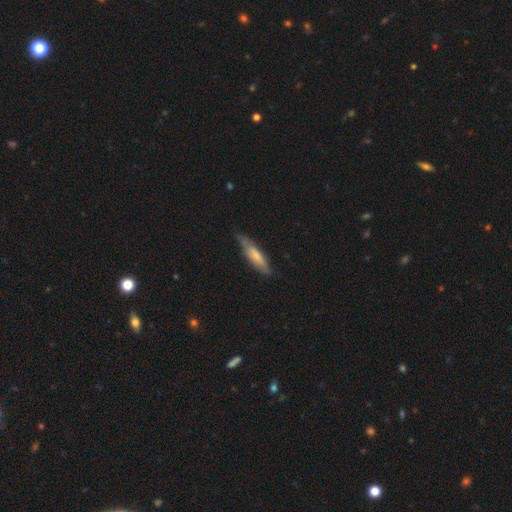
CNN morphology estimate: smooth-or-featured: smooth: 63% | featured or disk: 31% | star or artifact: 5%
  how-rounded: cigar-shaped: 73% | in between: 25% | round: 1%
  merging: none: 70% | minor disturbance: 25% | major disturbance: 4% | merger: 2%